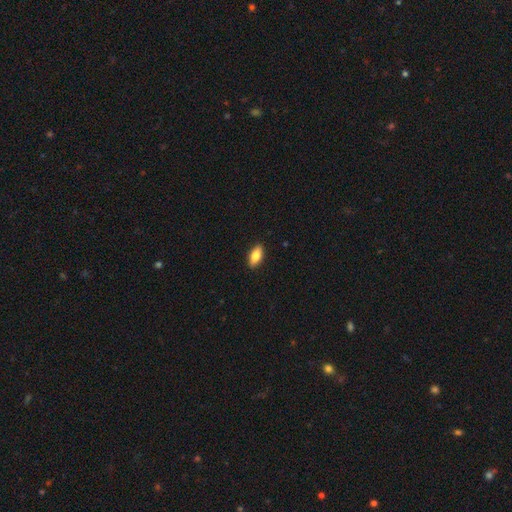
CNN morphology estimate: This appears to be a smooth galaxy with no disk features (82%) that is in between round and cigar-shaped (88%). Merging: none (90%).